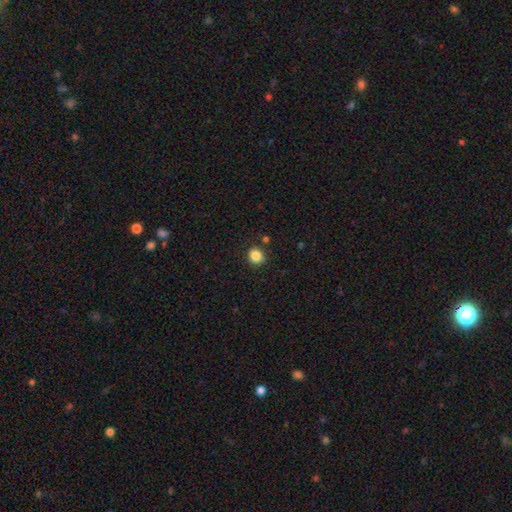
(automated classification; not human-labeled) smooth_or_featured: smooth (p=0.85) [alt: star or artifact p=0.11]
how_rounded: round (p=0.80) [alt: in between p=0.19]
merging: none (p=0.87) [alt: minor disturbance p=0.08]